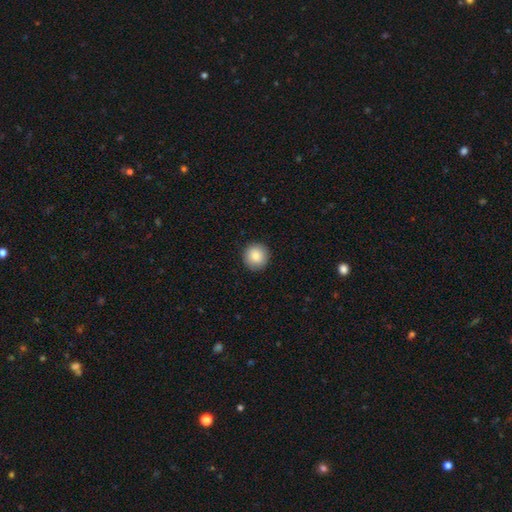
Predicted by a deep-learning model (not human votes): smooth_or_featured: smooth (p=0.86) [alt: star or artifact p=0.08]
how_rounded: round (p=0.94) [alt: in between p=0.05]
merging: none (p=0.92) [alt: minor disturbance p=0.06]